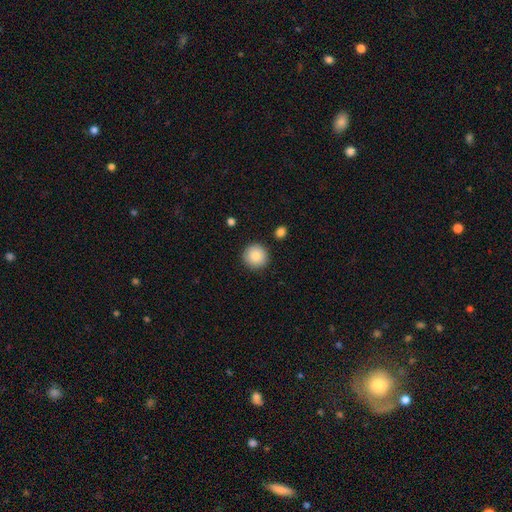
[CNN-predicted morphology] Smooth or featured: smooth — 87% (star or artifact — 8%)
How rounded: round — 95% (in between — 4%)
Merging: none — 90% (minor disturbance — 6%)